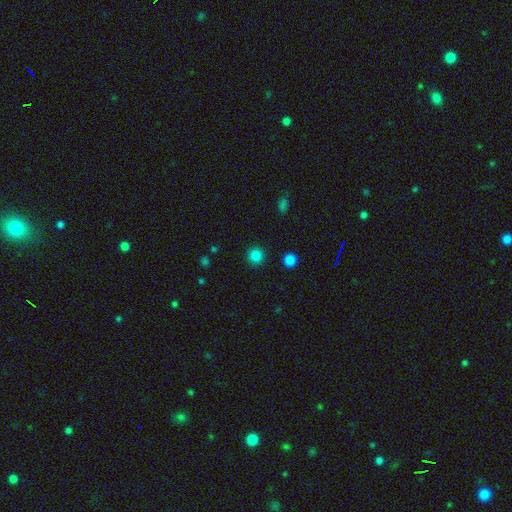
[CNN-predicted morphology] Smooth or featured? smooth (84%)
How rounded? round (95%)
Merging? none (92%)